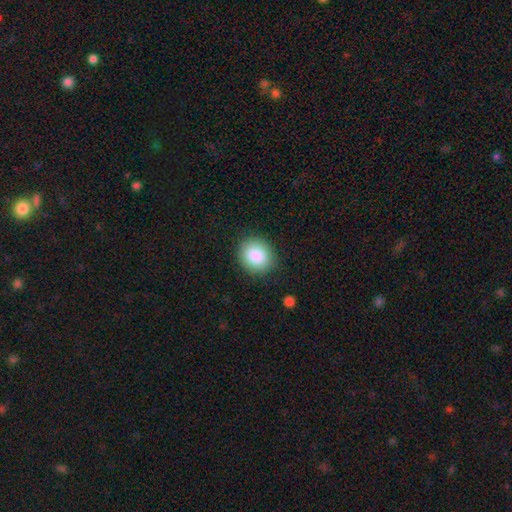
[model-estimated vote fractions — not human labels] This is clearly a smooth galaxy (86%). How rounded: likely round (76%). Merging: clearly none (88%).